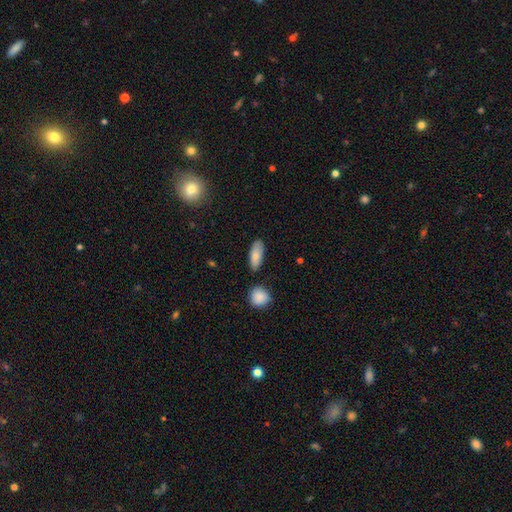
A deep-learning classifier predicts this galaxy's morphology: This appears to be a smooth galaxy with no disk features (85%) that is in between round and cigar-shaped (79%). Merging: none (80%).